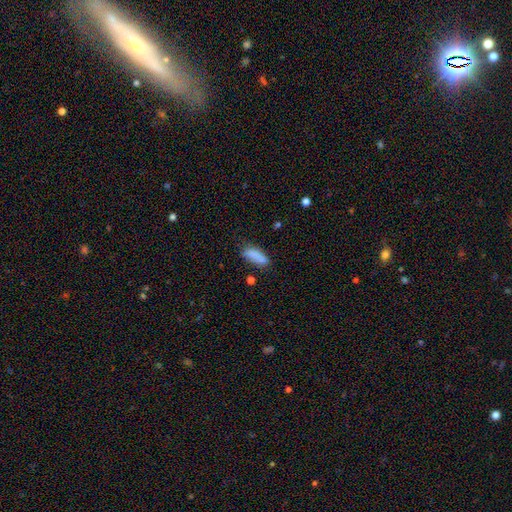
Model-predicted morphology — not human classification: Smooth or featured? smooth (81%)
How rounded? in between (62%)
Merging? none (60%)